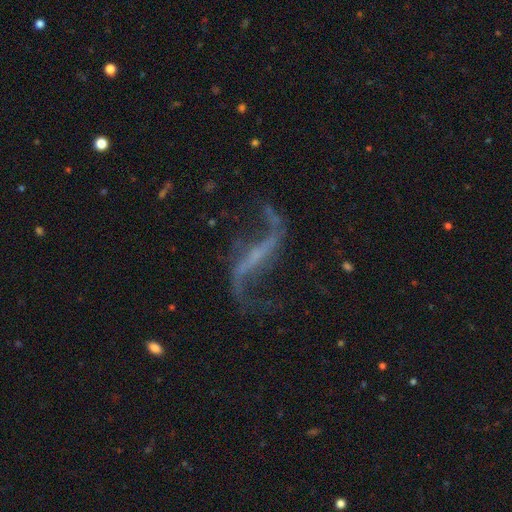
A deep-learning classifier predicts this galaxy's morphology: featured or disk 88%, star or artifact 7%, smooth 4%. Down the decision tree: edge-on disk — no (92%); bar — strong (51%); spiral arms — yes (95%); spiral arm count — 2 (93%); spiral winding — loose (92%); bulge size — none (48%); merging — none (72%).